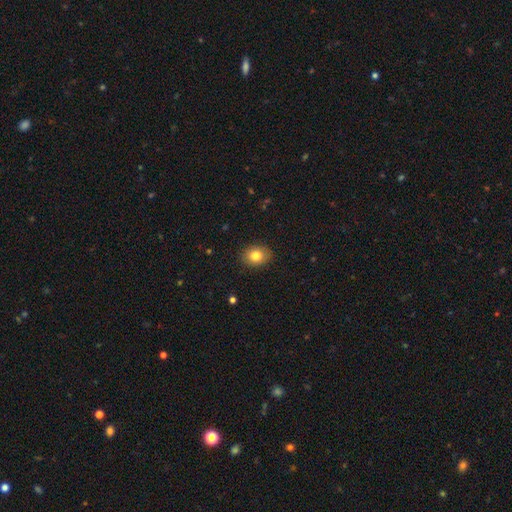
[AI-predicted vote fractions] Smooth or featured?
  - smooth: 82% *
  - star or artifact: 9%
  - featured or disk: 9%
How rounded?
  - in between: 56% *
  - round: 44%
  - cigar-shaped: 1%
Merging?
  - none: 89% *
  - minor disturbance: 8%
  - major disturbance: 2%
  - merger: 1%